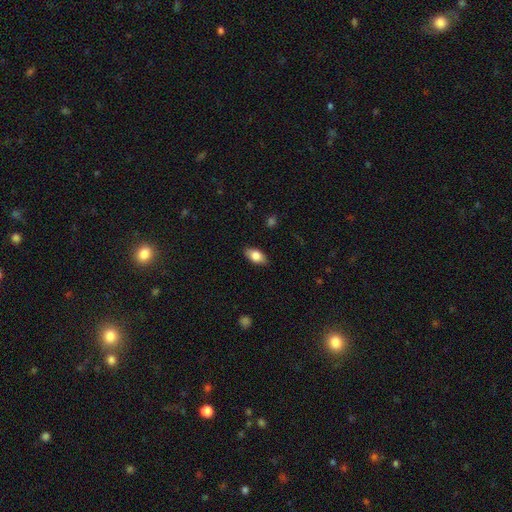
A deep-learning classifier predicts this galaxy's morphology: Smooth or featured?
  - smooth: 82% *
  - featured or disk: 11%
  - star or artifact: 7%
How rounded?
  - in between: 90% *
  - round: 5%
  - cigar-shaped: 4%
Merging?
  - none: 86% *
  - minor disturbance: 10%
  - major disturbance: 2%
  - merger: 1%